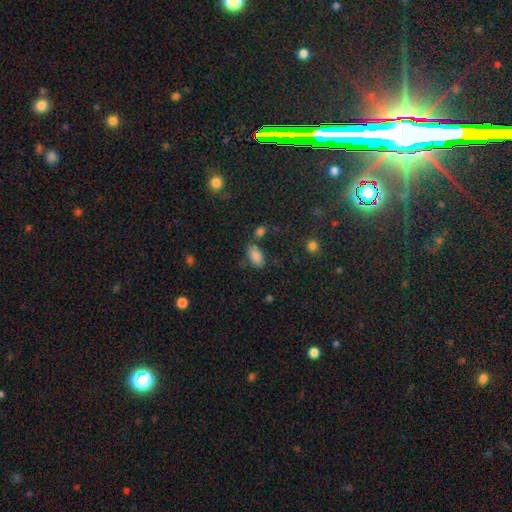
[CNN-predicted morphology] type=smooth (86%); roundness=in between (93%); merging=none (70%).